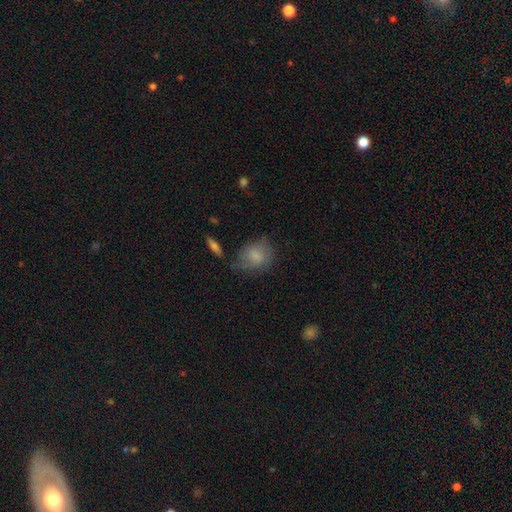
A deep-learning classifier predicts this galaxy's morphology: Smooth or featured? Predicted: smooth (p=0.74). How rounded? Predicted: round (p=0.51). Merging? Predicted: none (p=0.55).